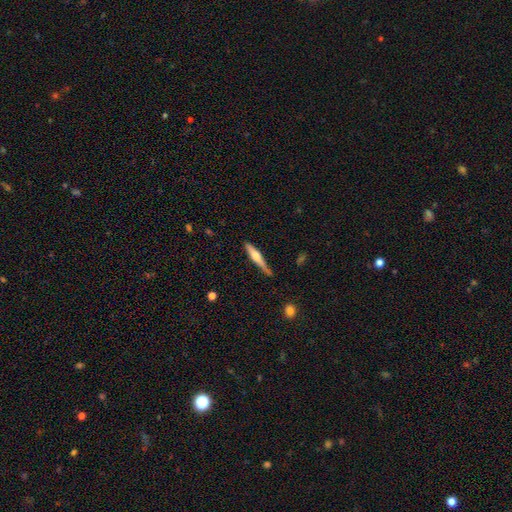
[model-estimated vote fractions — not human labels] Smooth or featured?
  - featured or disk: 54% *
  - smooth: 41%
  - star or artifact: 6%
Edge-on disk?
  - yes: 96% *
  - no: 4%
Edge-on bulge?
  - rounded: 88% *
  - none: 6%
  - boxy: 6%
Merging?
  - none: 72% *
  - minor disturbance: 21%
  - major disturbance: 4%
  - merger: 3%